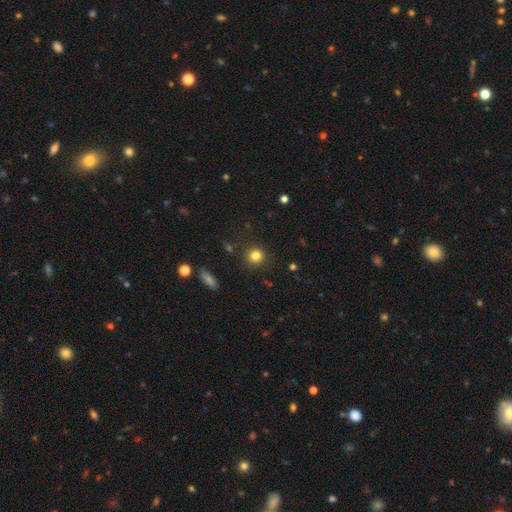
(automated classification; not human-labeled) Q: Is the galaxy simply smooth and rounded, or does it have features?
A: smooth — 82%.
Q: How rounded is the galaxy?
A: round — 92%.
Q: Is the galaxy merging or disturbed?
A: none — 90%.